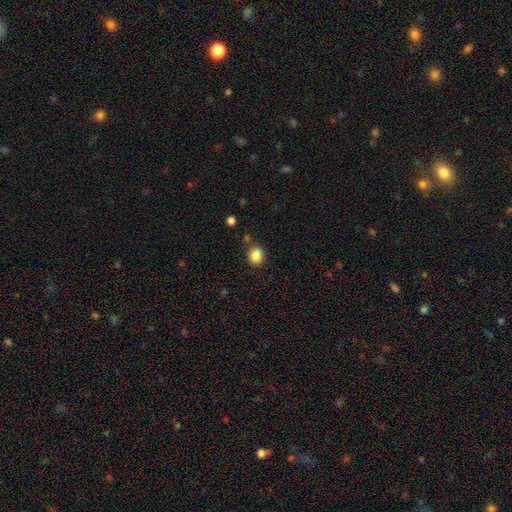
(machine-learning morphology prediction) Smooth or featured?
  - smooth: 86% *
  - star or artifact: 9%
  - featured or disk: 4%
How rounded?
  - round: 60% *
  - in between: 39%
  - cigar-shaped: 1%
Merging?
  - none: 81% *
  - minor disturbance: 11%
  - merger: 5%
  - major disturbance: 3%